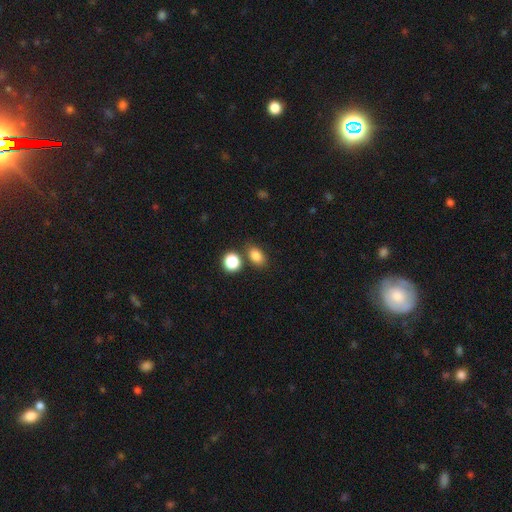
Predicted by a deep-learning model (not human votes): This appears to be a smooth galaxy with no disk features (83%) that is in between round and cigar-shaped (69%). Merging: none (70%).